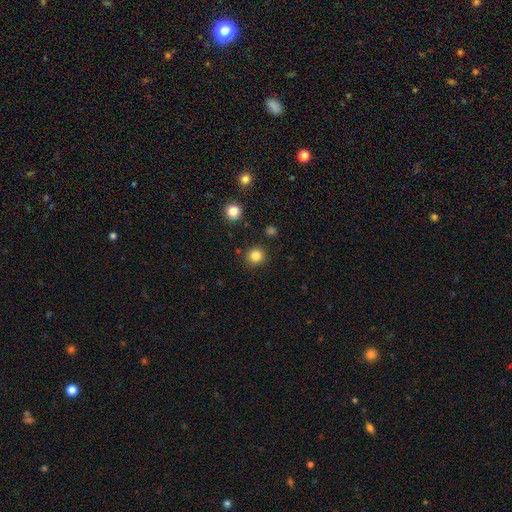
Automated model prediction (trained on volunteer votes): This is clearly a smooth galaxy (83%). How rounded: clearly round (92%). Merging: clearly none (89%).